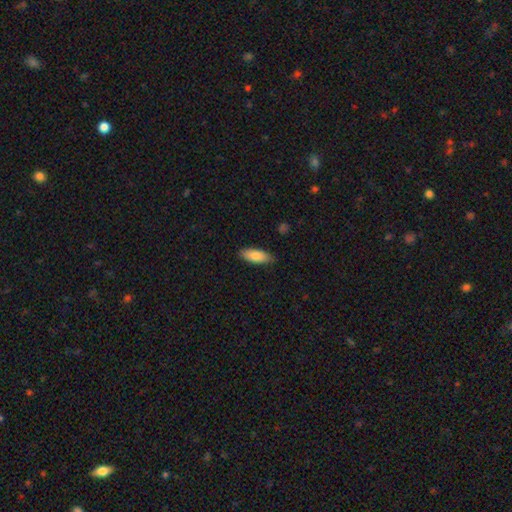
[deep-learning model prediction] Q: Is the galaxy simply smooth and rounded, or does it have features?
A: smooth — 84%.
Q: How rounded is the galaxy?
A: in between — 76%.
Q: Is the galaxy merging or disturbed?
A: none — 85%.